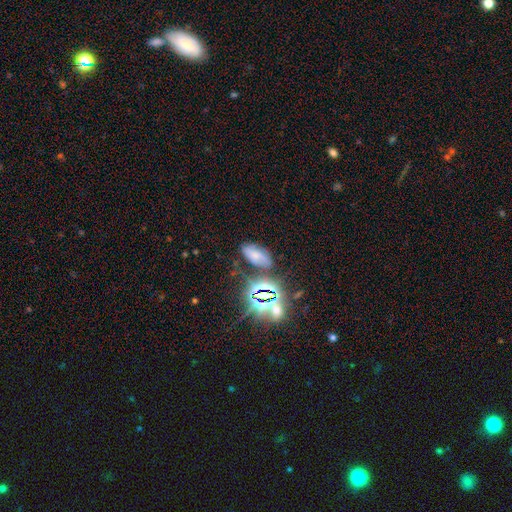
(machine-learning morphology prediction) Smooth or featured? smooth (49%)
Merging? none (68%)